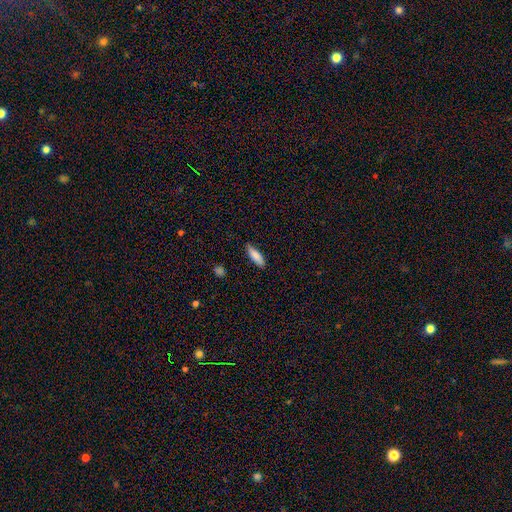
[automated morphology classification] This is clearly a smooth galaxy (84%). How rounded: possibly in between (49%, tied with cigar-shaped). Merging: clearly none (83%).